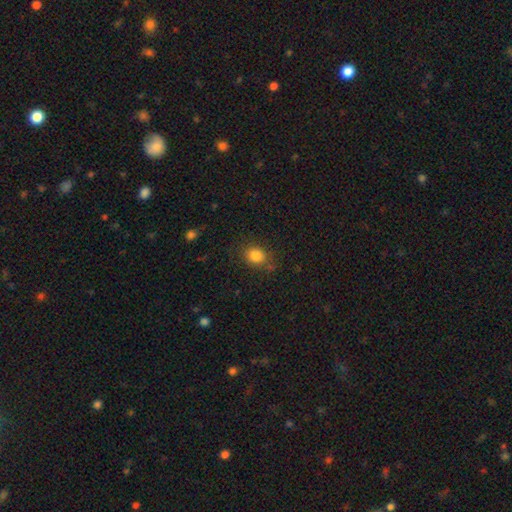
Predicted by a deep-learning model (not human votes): Morphology: type=smooth (83%); roundness=round (56%); merging=none (77%).